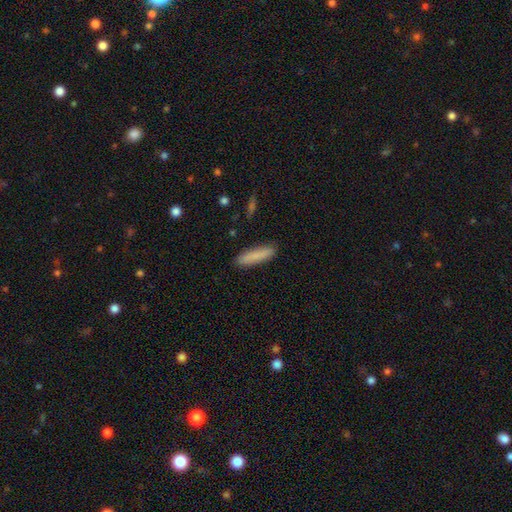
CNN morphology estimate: Smooth or featured: smooth — 84% (featured or disk — 10%)
How rounded: cigar-shaped — 82% (in between — 17%)
Merging: none — 89% (minor disturbance — 8%)